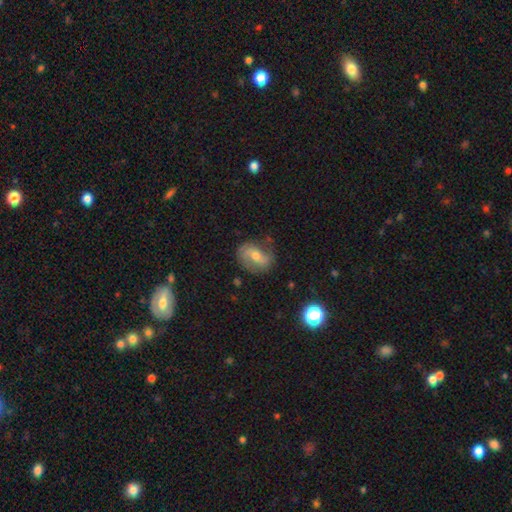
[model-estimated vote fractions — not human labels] This appears to be a featured or disk galaxy (59%) with a weak bar (39%), spiral arms (80%) and a moderate central bulge (55%). Merging: none (68%).